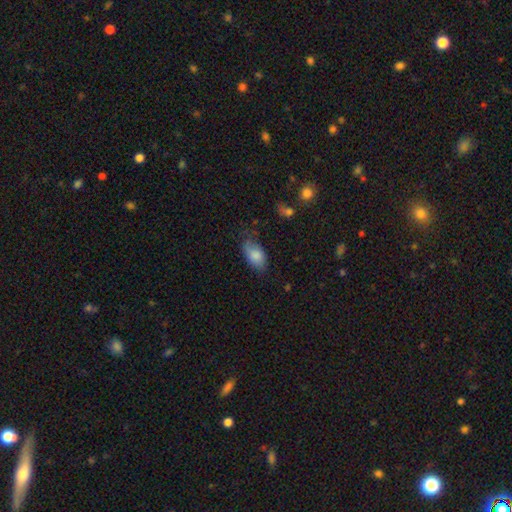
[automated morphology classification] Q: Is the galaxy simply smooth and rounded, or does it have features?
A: smooth — 83%.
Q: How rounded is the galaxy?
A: in between — 92%.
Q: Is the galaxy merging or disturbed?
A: none — 57%.